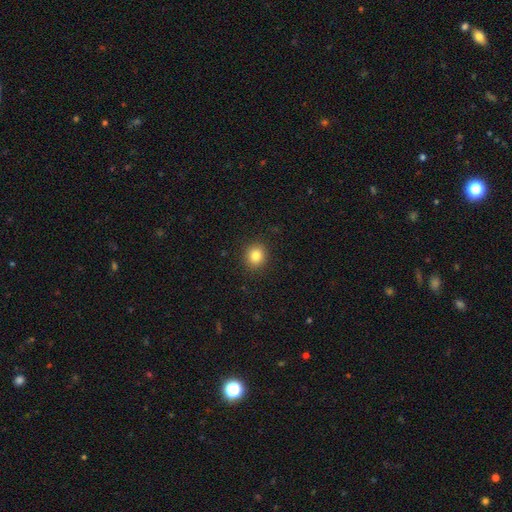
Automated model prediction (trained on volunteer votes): This is clearly a smooth galaxy (83%). How rounded: clearly round (81%). Merging: clearly none (90%).